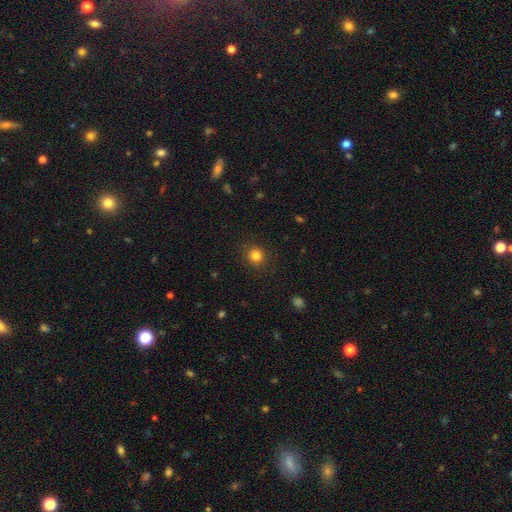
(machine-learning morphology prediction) This appears to be a smooth galaxy with no disk features (83%) that is round (88%). Merging: none (89%).